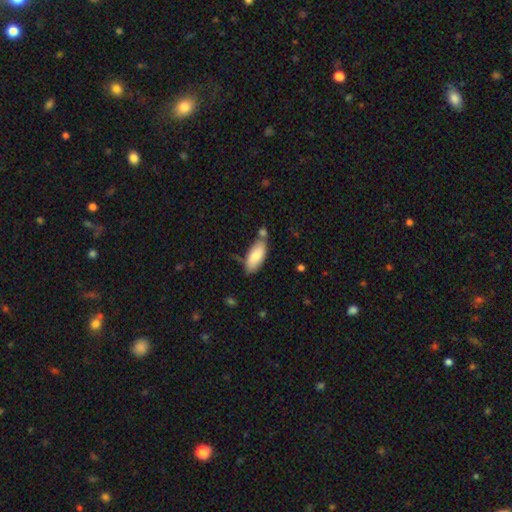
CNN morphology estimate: smooth_or_featured: smooth (p=0.83) [alt: featured or disk p=0.11]
how_rounded: in between (p=0.85) [alt: cigar-shaped p=0.14]
merging: none (p=0.63) [alt: minor disturbance p=0.18]